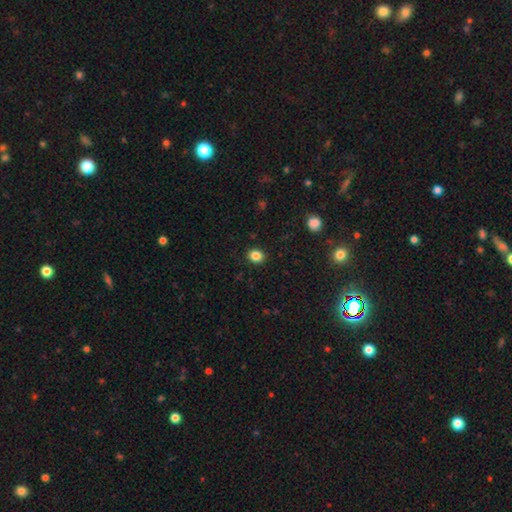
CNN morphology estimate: Smooth or featured? smooth (85%)
How rounded? round (59%)
Merging? none (90%)